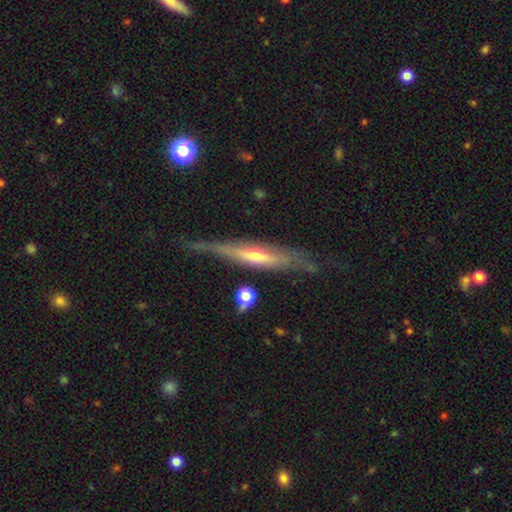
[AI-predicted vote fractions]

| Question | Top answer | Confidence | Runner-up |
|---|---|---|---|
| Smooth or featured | featured or disk | 75% | smooth (19%) |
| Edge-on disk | yes | 89% | no (11%) |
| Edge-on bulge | rounded | 67% | none (24%) |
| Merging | none | 66% | minor disturbance (23%) |